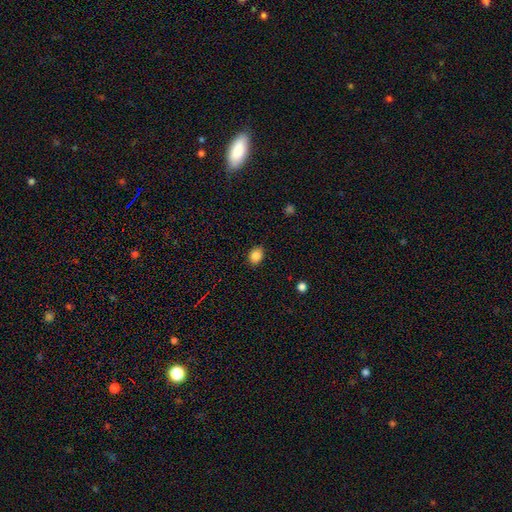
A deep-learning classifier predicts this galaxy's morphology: Smooth or featured: smooth — 85% (star or artifact — 10%)
How rounded: in between — 60% (round — 39%)
Merging: none — 87% (minor disturbance — 10%)